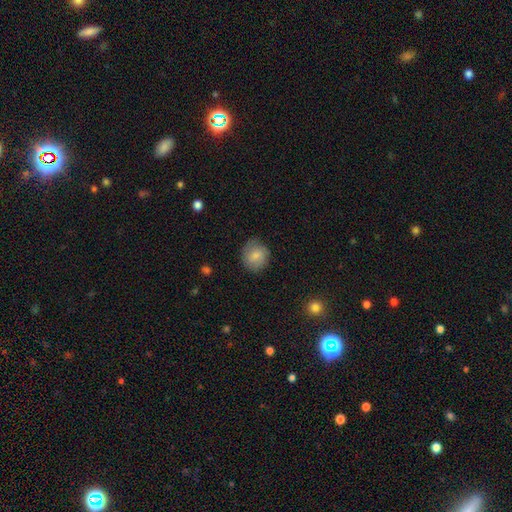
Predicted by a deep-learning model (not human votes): The model was most divided on "merging": none: 76%, minor disturbance: 18%, major disturbance: 4%, merger: 1%. More confident: how rounded — round (83%); smooth or featured — smooth (79%).